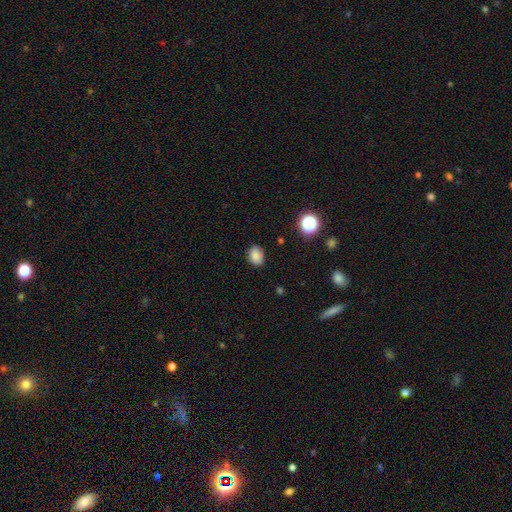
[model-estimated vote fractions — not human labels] Morphology: type=smooth (83%); roundness=in between (66%); merging=none (78%).